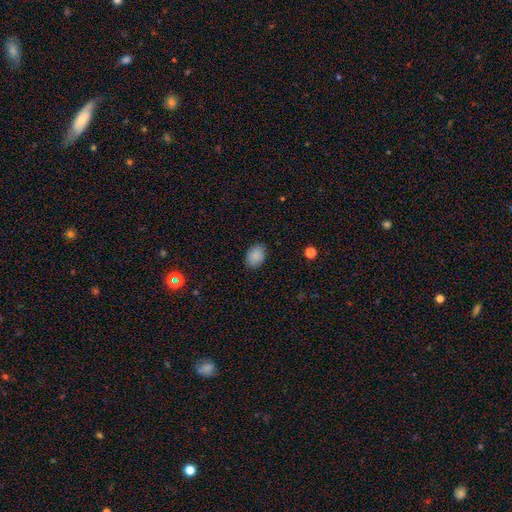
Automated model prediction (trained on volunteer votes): Overall: smooth (88%). How rounded: in between (74%). Merging: none (87%).